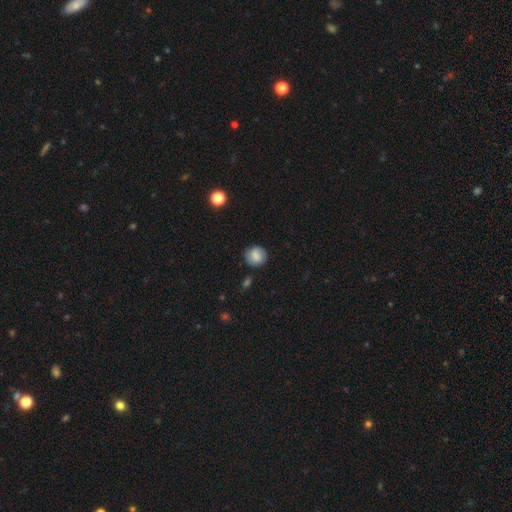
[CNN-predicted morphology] smooth_or_featured: smooth (p=0.82) [alt: featured or disk p=0.10]
how_rounded: round (p=0.87) [alt: in between p=0.12]
merging: none (p=0.81) [alt: minor disturbance p=0.13]